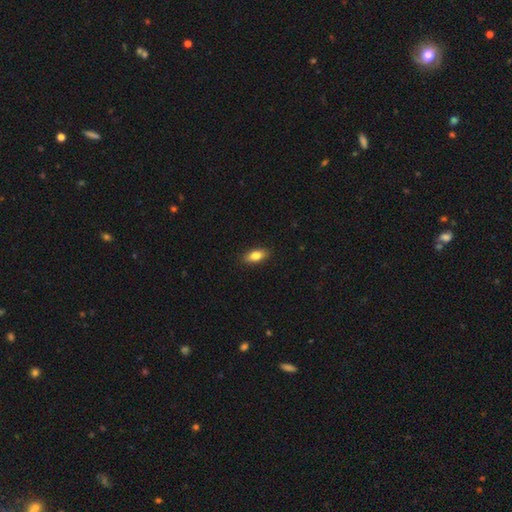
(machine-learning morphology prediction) A smooth galaxy with no disk features (79%) that is in between round and cigar-shaped (82%). Merging: none (89%).